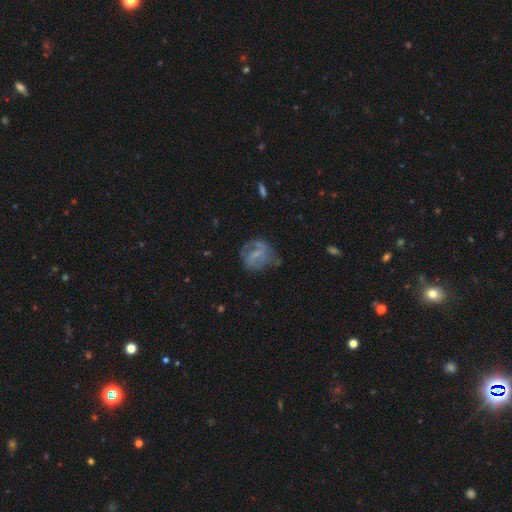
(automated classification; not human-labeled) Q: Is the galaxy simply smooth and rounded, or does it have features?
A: featured or disk — 62%.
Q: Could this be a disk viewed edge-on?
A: no — 97%.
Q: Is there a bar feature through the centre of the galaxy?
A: weak — 52%.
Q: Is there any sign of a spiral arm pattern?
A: yes — 74%.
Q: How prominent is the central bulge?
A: small — 46%.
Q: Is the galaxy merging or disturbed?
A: none — 52%.